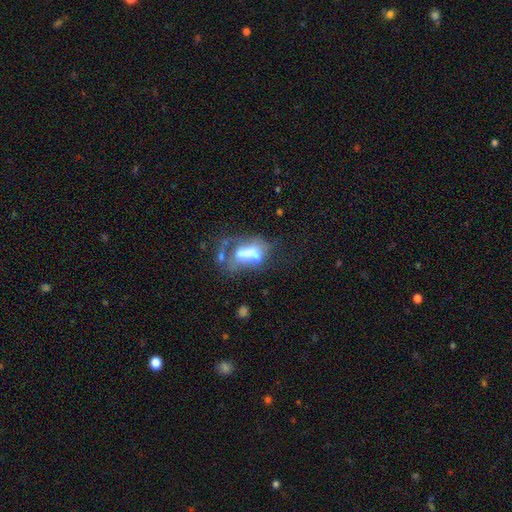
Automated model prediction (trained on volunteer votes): Smooth or featured?
  - featured or disk: 49% *
  - smooth: 39%
  - star or artifact: 12%
Merging?
  - merger: 43% *
  - major disturbance: 30%
  - none: 15%
  - minor disturbance: 11%